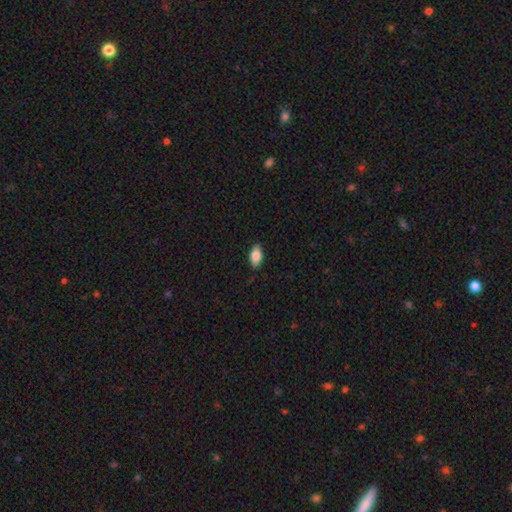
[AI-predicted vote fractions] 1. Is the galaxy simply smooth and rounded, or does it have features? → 84% smooth, 8% featured or disk, 7% star or artifact.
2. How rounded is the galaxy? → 91% in between, 4% round, 4% cigar-shaped.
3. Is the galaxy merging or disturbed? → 85% none, 12% minor disturbance, 2% major disturbance, 1% merger.